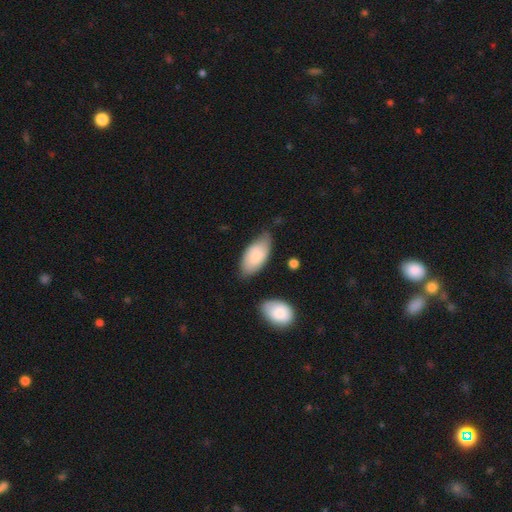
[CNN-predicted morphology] Q: Smooth or featured?
A: smooth (78%); runner-up: featured or disk (17%)
Q: How rounded?
A: in between (92%); runner-up: cigar-shaped (5%)
Q: Merging?
A: none (62%); runner-up: minor disturbance (28%)